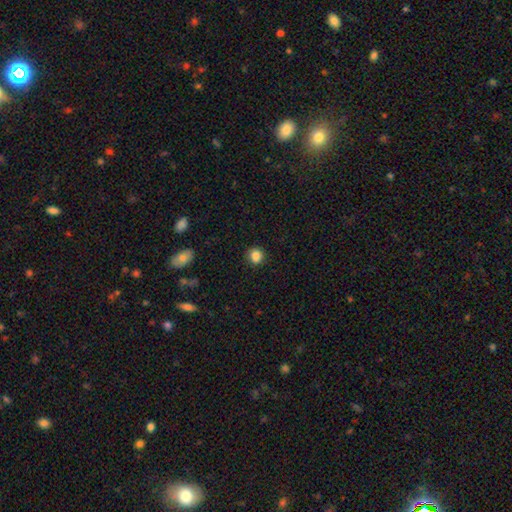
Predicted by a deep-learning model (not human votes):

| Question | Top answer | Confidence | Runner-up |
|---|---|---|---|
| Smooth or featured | smooth | 84% | star or artifact (11%) |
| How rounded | round | 86% | in between (13%) |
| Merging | none | 77% | minor disturbance (15%) |